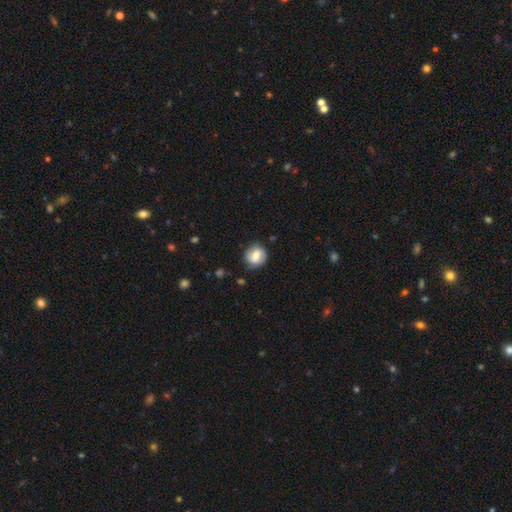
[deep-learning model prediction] This is likely a smooth galaxy (67%). How rounded: clearly round (81%). Merging: clearly none (80%).